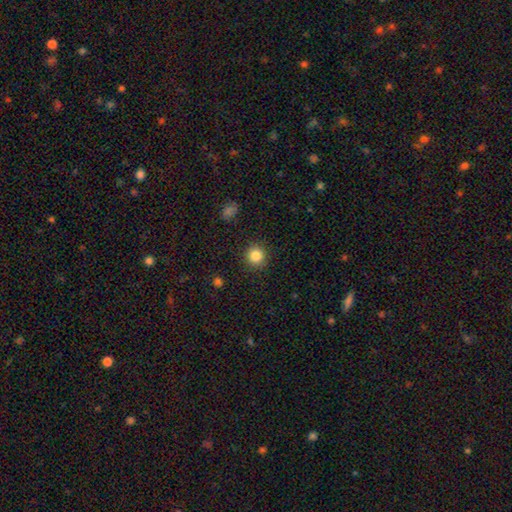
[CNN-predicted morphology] A smooth galaxy with no disk features (84%) that is round (92%).

Vote fractions:
- Smooth or featured? smooth: 84% / star or artifact: 11% / featured or disk: 5%
- How rounded? round: 92% / in between: 7% / cigar-shaped: 1%
- Merging? none: 91% / minor disturbance: 6% / major disturbance: 2% / merger: 1%